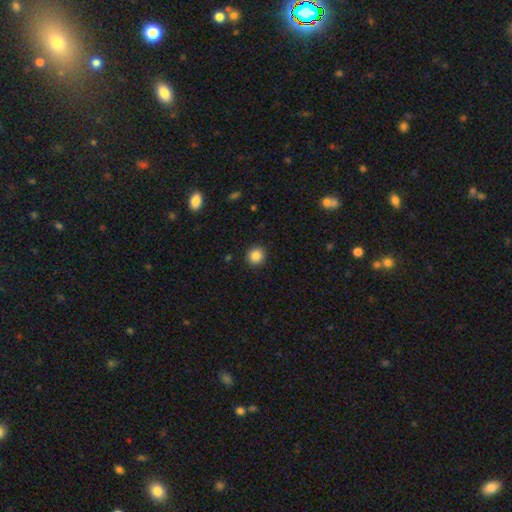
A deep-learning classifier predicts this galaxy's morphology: smooth 86%, star or artifact 10%, featured or disk 3%. Down the decision tree: how rounded — round (91%); merging — none (92%).